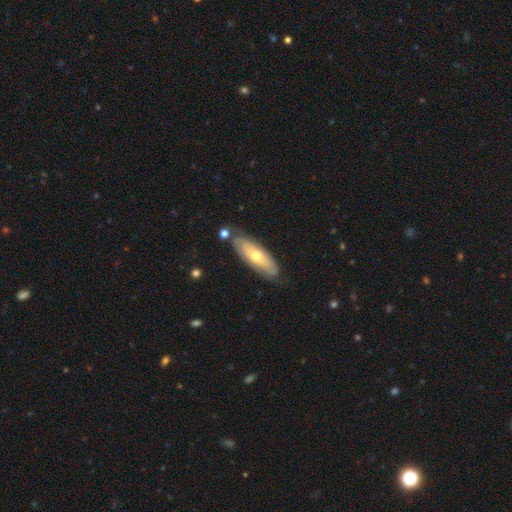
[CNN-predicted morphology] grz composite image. It shows a featured or disk galaxy (57%). Merging: none (74%).